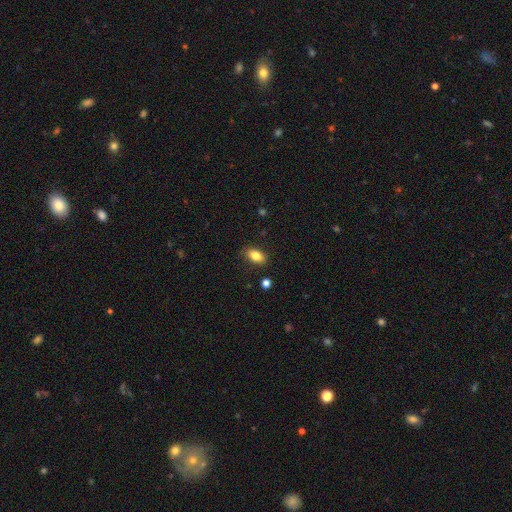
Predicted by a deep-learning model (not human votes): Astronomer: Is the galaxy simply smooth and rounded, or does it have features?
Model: smooth — 83%.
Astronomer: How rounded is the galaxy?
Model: in between — 88%.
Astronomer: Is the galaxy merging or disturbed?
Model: none — 86%.